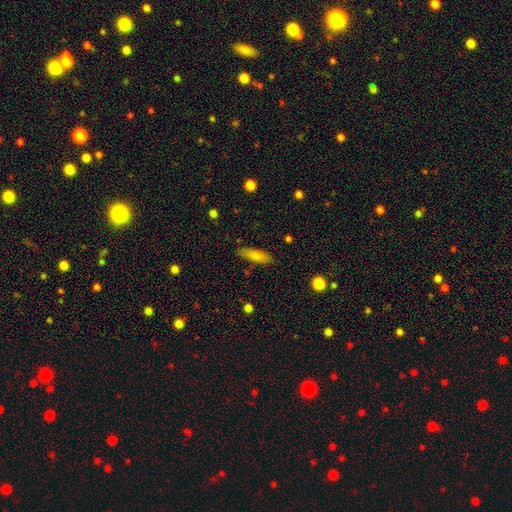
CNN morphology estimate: type=smooth (78%); roundness=cigar-shaped (49%); merging=none (84%).